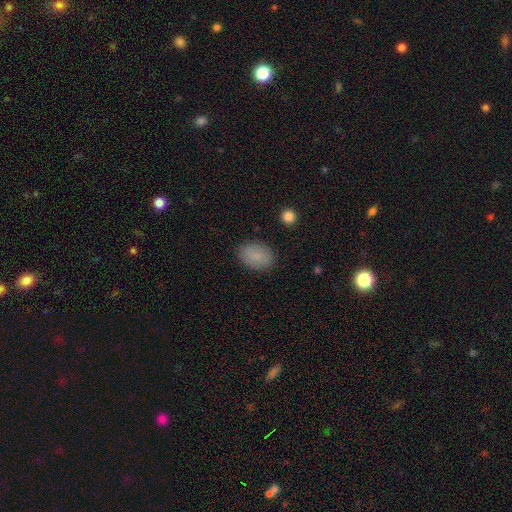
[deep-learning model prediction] A smooth galaxy with no disk features (85%) that is in between round and cigar-shaped (80%). Merging: none (87%).